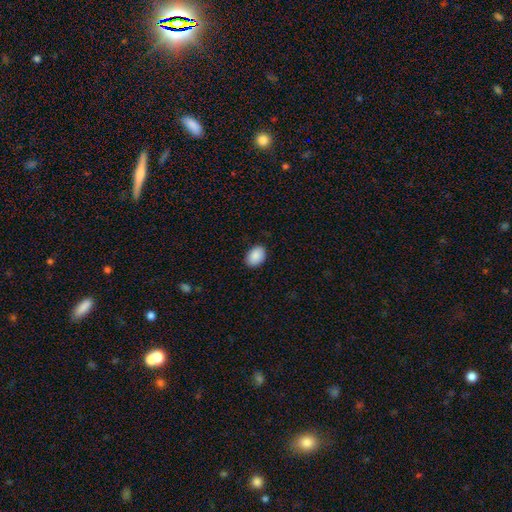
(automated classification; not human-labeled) Smooth or featured? smooth (89%)
How rounded? in between (82%)
Merging? none (86%)